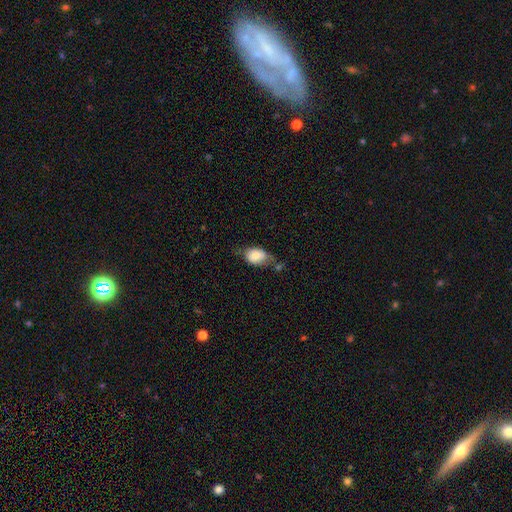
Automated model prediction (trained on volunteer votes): Smooth or featured? smooth (79%)
How rounded? in between (84%)
Merging? none (41%)